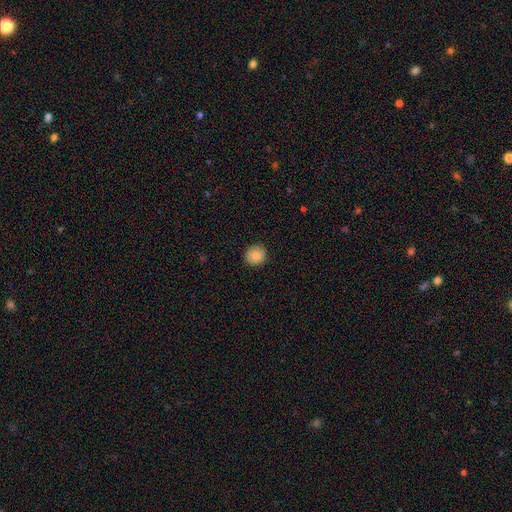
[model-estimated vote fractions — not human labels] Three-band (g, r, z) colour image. It shows a smooth galaxy with no disk features (87%) that is round (93%). Merging: none (92%).